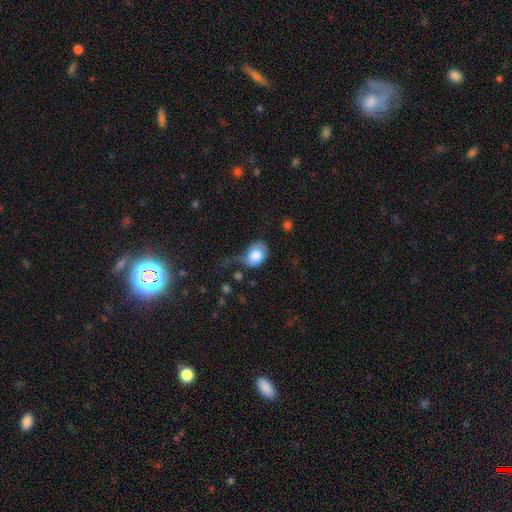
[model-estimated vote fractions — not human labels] Smooth or featured: smooth — 77% (featured or disk — 16%)
How rounded: in between — 64% (round — 35%)
Merging: major disturbance — 41% (minor disturbance — 31%)